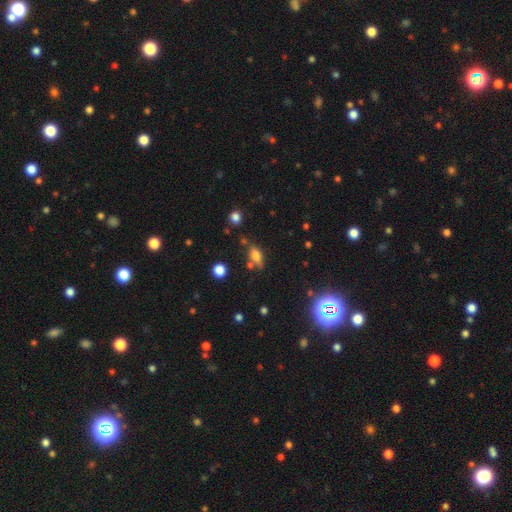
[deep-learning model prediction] Smooth or featured? Predicted: smooth (p=0.69). How rounded? Predicted: in between (p=0.78). Merging? Predicted: none (p=0.63).